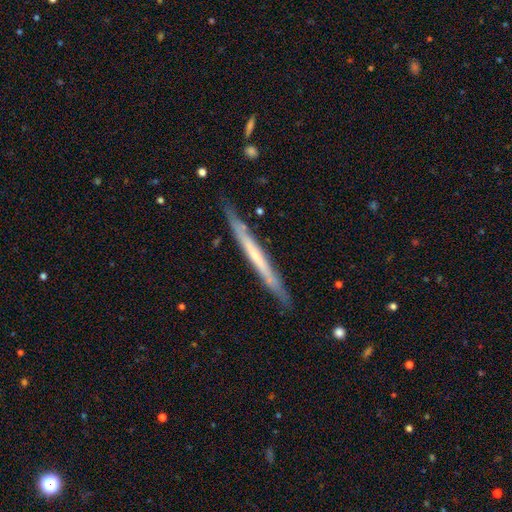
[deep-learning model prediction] Morphology: type=featured or disk (59%); edge-on=yes (94%); edge-on bulge=none (79%); merging=none (85%).